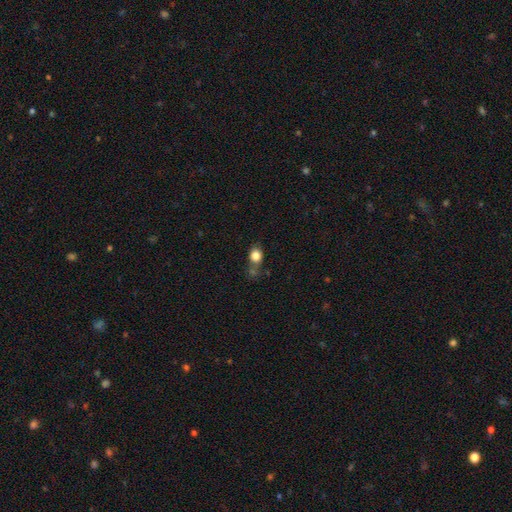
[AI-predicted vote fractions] Smooth or featured? Predicted: smooth (p=0.81). How rounded? Predicted: round (p=0.62). Merging? Predicted: none (p=0.53).